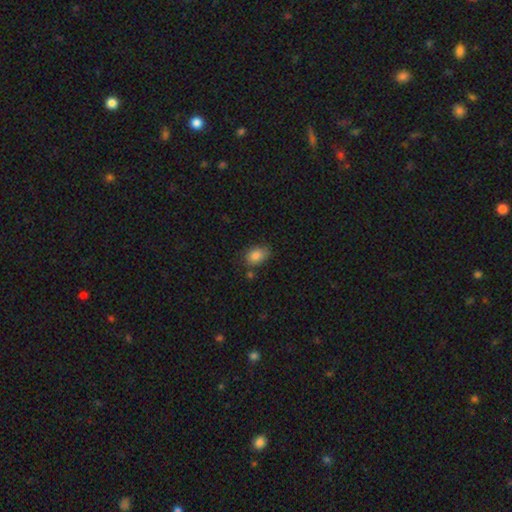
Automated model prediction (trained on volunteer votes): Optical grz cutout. It shows a smooth galaxy with no disk features (85%) that is in between round and cigar-shaped (79%). Merging: none (69%).